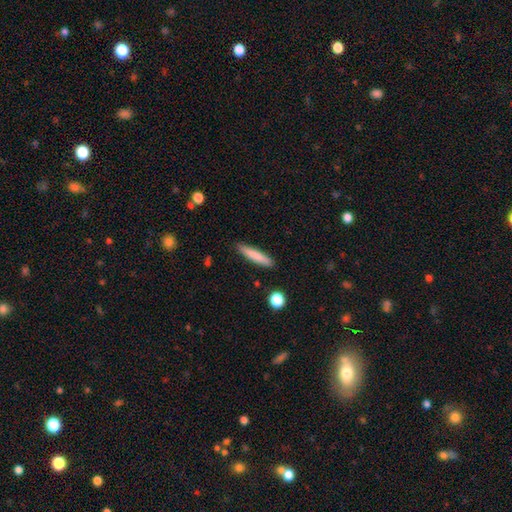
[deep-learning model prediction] This is likely a smooth galaxy (79%). How rounded: clearly cigar-shaped (89%). Merging: clearly none (88%).